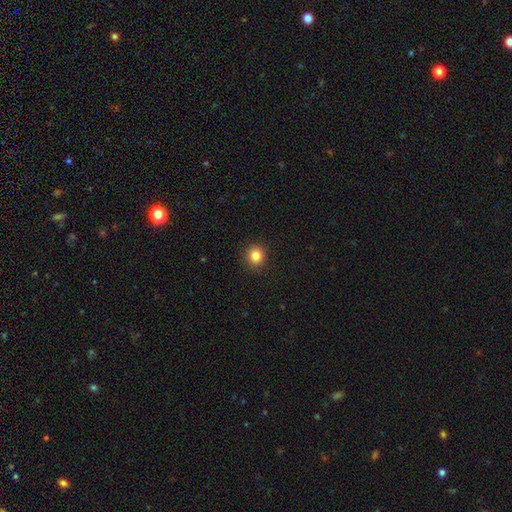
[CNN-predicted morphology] Overall: smooth (85%). How rounded: round (89%). Merging: none (91%).